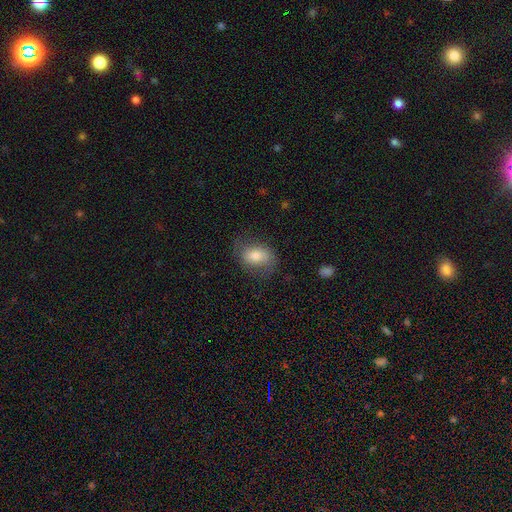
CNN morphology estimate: Smooth or featured: smooth — 64% (featured or disk — 27%)
How rounded: in between — 76% (round — 22%)
Merging: none — 65% (minor disturbance — 22%)